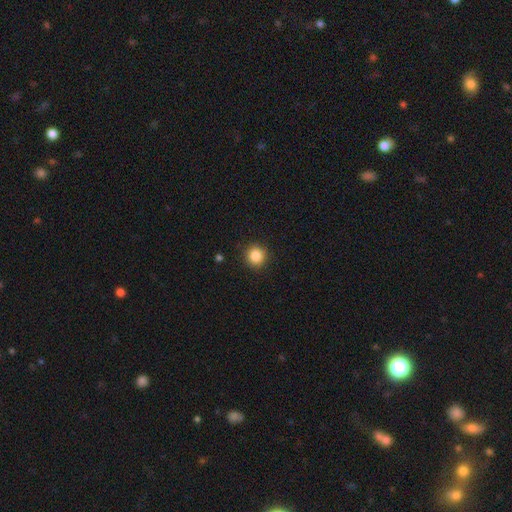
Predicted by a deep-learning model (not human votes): Smooth or featured? smooth (85%)
How rounded? round (92%)
Merging? none (91%)